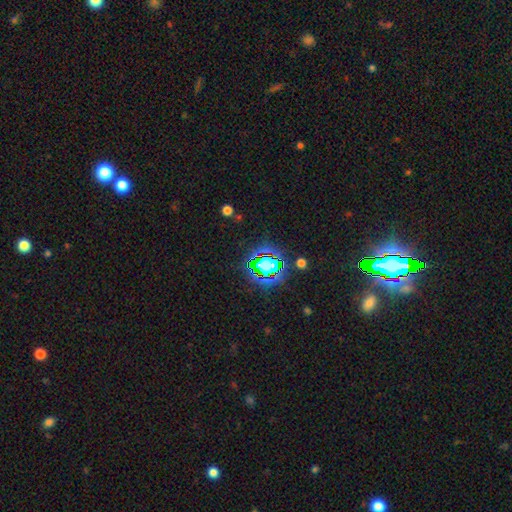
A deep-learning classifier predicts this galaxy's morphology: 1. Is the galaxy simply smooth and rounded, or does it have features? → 80% star or artifact, 11% smooth, 9% featured or disk.